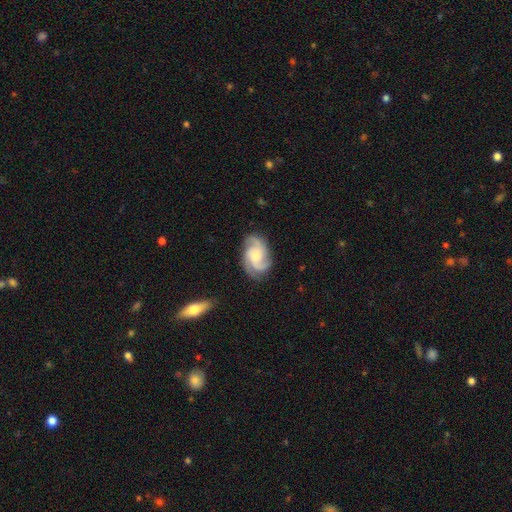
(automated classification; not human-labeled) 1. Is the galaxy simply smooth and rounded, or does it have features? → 86% featured or disk, 9% smooth, 5% star or artifact.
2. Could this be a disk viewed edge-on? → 98% no, 2% yes.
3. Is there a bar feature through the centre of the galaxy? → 68% no, 28% weak, 5% strong.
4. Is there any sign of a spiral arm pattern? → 98% yes, 2% no.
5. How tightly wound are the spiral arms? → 50% medium, 37% tight, 13% loose.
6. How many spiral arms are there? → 71% 3, 9% 4, 9% 2, 5% can't tell, 3% 1, 3% more than 4.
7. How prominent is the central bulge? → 45% small, 42% moderate, 6% large, 5% none, 1% dominant.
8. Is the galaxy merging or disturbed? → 78% none, 16% minor disturbance, 6% major disturbance, 1% merger.